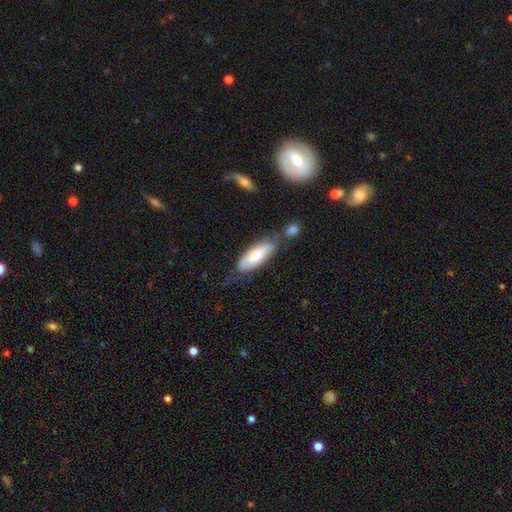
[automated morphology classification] A smooth galaxy with no disk features (75%) that is in between round and cigar-shaped (68%). Merging: none (51%).